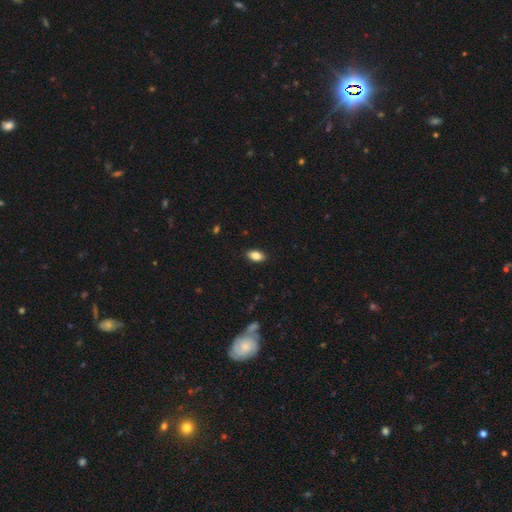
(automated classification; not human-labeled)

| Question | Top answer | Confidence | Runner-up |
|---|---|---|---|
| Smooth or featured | smooth | 83% | featured or disk (9%) |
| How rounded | in between | 91% | round (6%) |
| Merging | none | 89% | minor disturbance (8%) |